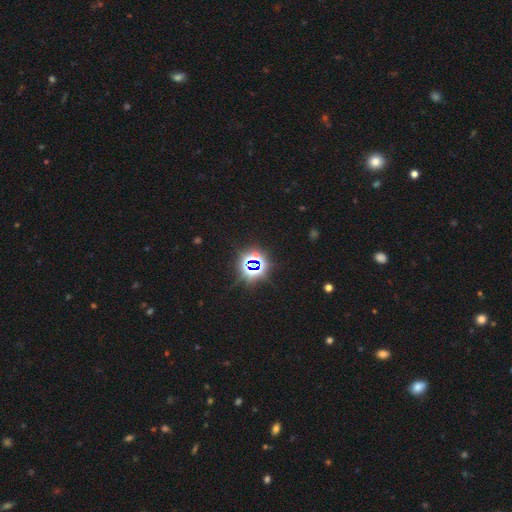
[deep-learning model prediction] Overall: star or artifact (80%).